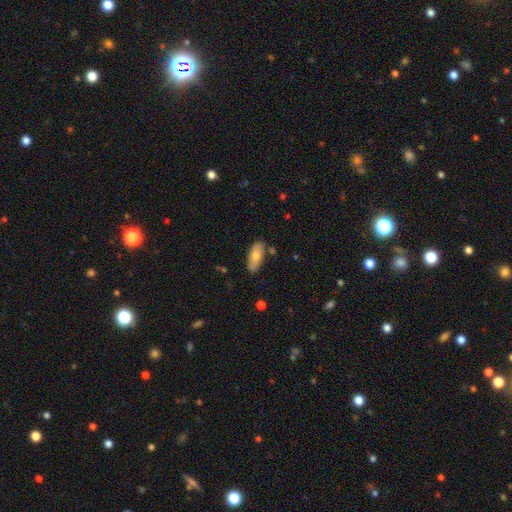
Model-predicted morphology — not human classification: This appears to be a smooth galaxy with no disk features (68%) that is in between round and cigar-shaped (82%). Merging: none (79%).